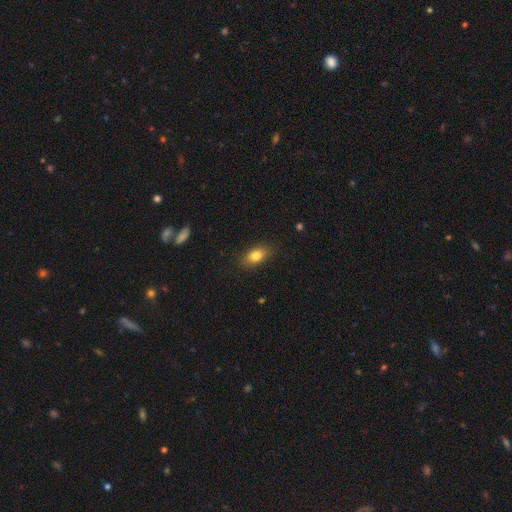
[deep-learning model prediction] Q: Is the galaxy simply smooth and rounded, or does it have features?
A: smooth — 83%.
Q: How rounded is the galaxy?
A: in between — 85%.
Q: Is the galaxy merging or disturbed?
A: none — 85%.